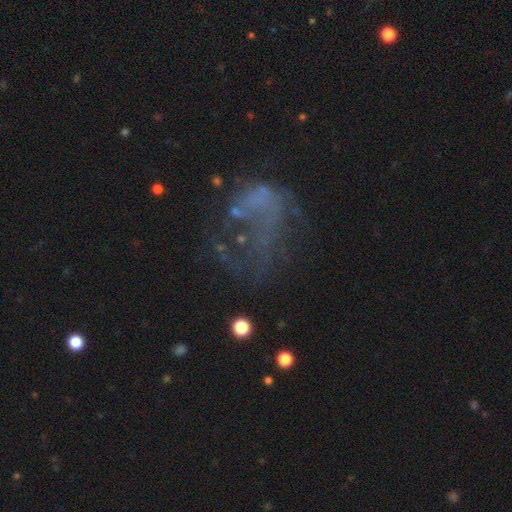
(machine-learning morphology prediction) This appears to be a featured or disk galaxy (48%). Merging: major disturbance (47%).